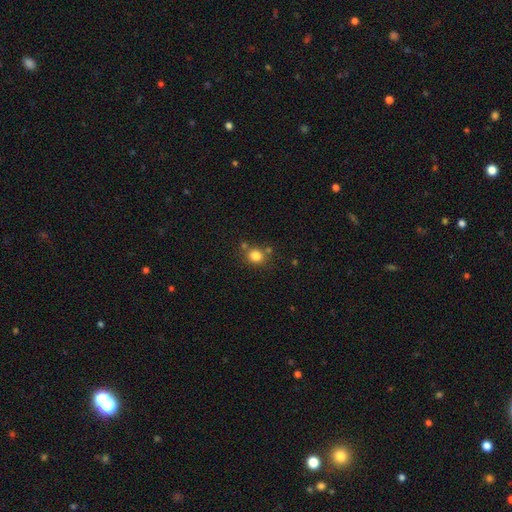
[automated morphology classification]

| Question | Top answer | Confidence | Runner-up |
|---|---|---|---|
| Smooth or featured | smooth | 81% | star or artifact (12%) |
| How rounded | round | 81% | in between (18%) |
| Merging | none | 71% | merger (14%) |